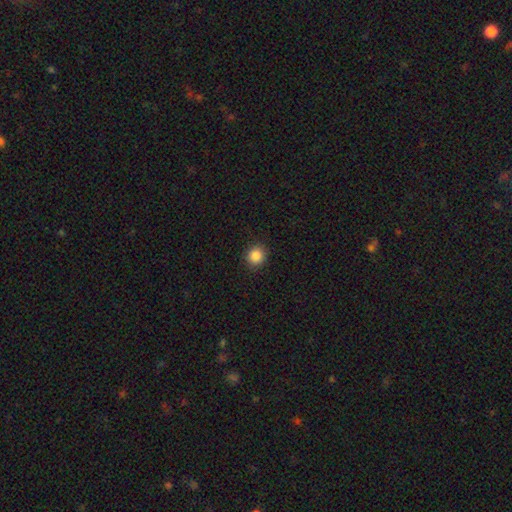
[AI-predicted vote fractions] Overall: smooth (86%). How rounded: round (88%). Merging: none (91%).